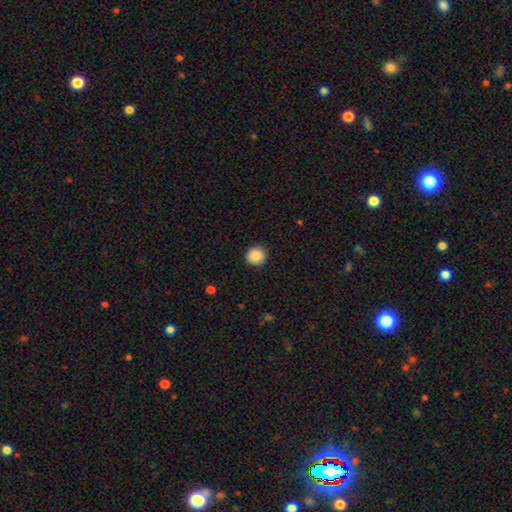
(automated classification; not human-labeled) Smooth or featured?
  - smooth: 88% *
  - star or artifact: 9%
  - featured or disk: 3%
How rounded?
  - round: 93% *
  - in between: 6%
  - cigar-shaped: 1%
Merging?
  - none: 91% *
  - minor disturbance: 6%
  - major disturbance: 2%
  - merger: 1%